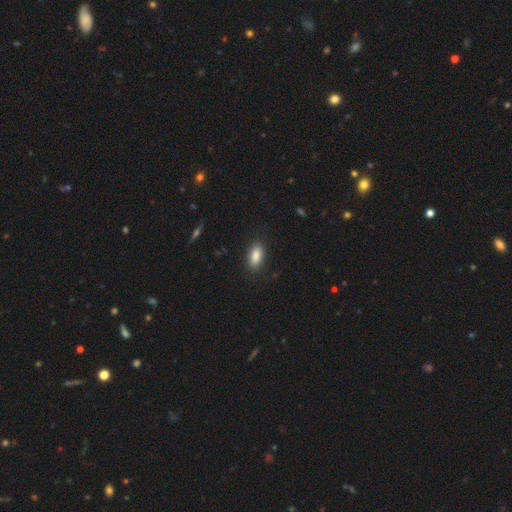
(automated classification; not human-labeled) Smooth or featured? Predicted: smooth (p=0.87). How rounded? Predicted: in between (p=0.88). Merging? Predicted: none (p=0.86).